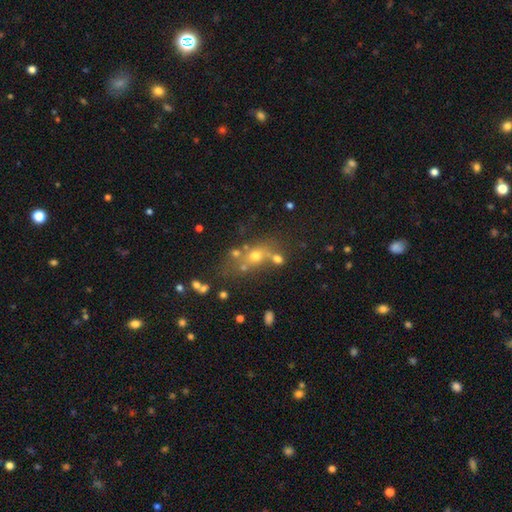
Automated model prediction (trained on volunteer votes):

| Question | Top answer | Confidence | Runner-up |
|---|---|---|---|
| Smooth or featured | smooth | 53% | star or artifact (24%) |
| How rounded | round | 57% | in between (37%) |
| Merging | none | 47% | merger (32%) |